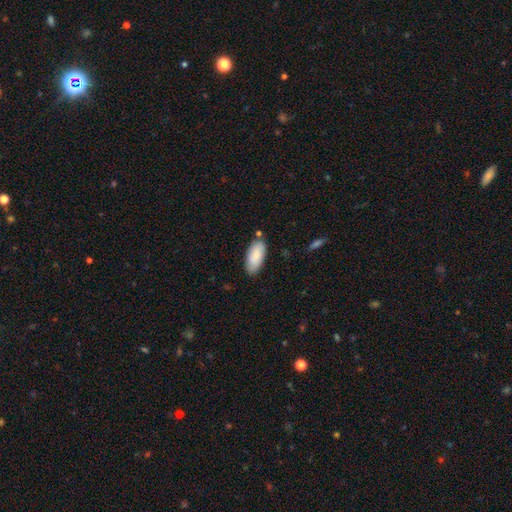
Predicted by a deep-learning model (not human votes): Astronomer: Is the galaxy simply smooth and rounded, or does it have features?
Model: smooth — 87%.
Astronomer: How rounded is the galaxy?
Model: in between — 90%.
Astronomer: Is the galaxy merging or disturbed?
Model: none — 78%.